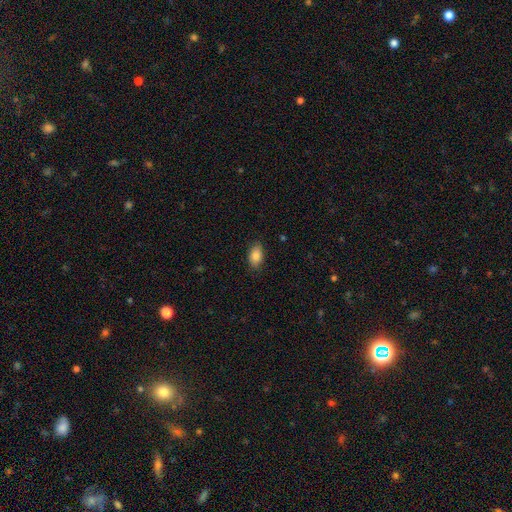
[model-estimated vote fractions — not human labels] A smooth galaxy with no disk features (85%) that is in between round and cigar-shaped (91%). Merging: none (86%).